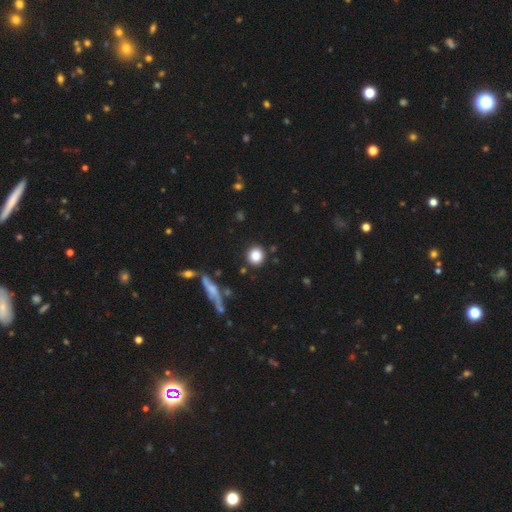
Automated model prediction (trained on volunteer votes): Smooth or featured? Predicted: smooth (p=0.85). How rounded? Predicted: round (p=0.89). Merging? Predicted: none (p=0.87).